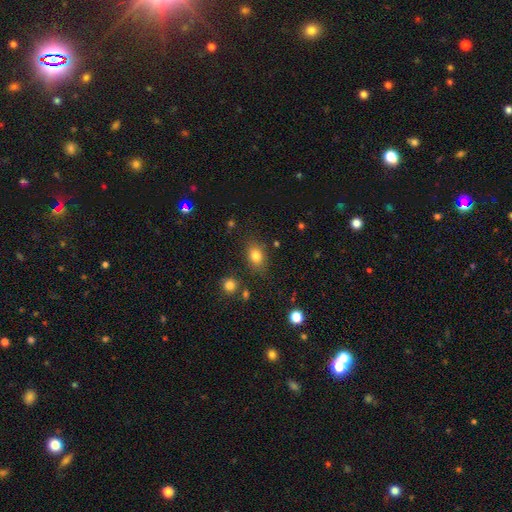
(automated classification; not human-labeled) smooth_or_featured: smooth (p=0.81) [alt: star or artifact p=0.11]
how_rounded: in between (p=0.73) [alt: round p=0.26]
merging: none (p=0.80) [alt: minor disturbance p=0.13]